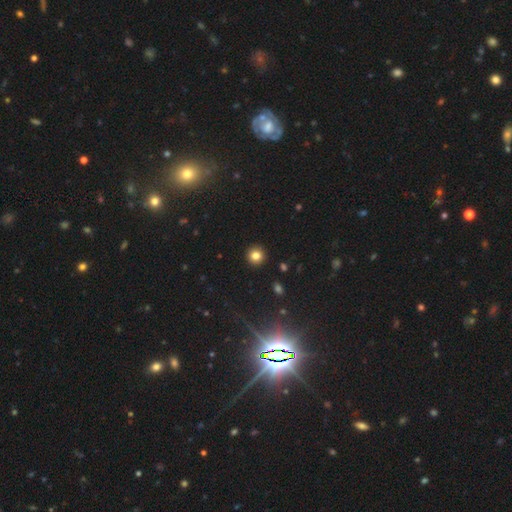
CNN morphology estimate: A smooth galaxy with no disk features (82%) that is round (94%). Merging: none (93%).